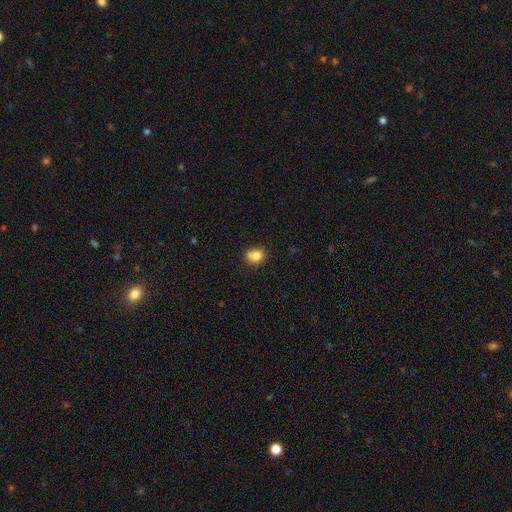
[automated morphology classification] Smooth or featured?
  - smooth: 81% *
  - star or artifact: 11%
  - featured or disk: 8%
How rounded?
  - round: 65% *
  - in between: 34%
  - cigar-shaped: 1%
Merging?
  - none: 59% *
  - minor disturbance: 25%
  - merger: 10%
  - major disturbance: 6%